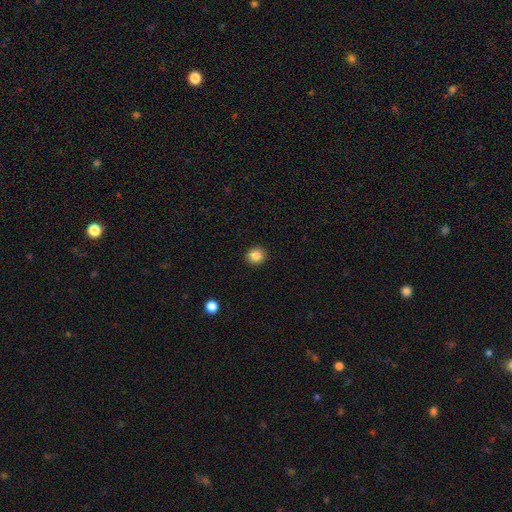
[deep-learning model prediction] Smooth or featured? Predicted: smooth (p=0.86). How rounded? Predicted: round (p=0.83). Merging? Predicted: none (p=0.92).